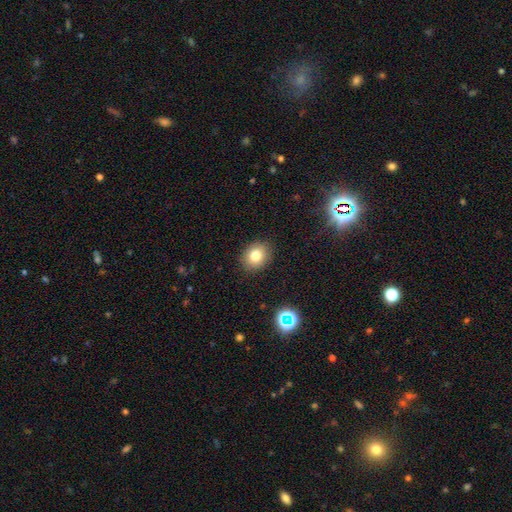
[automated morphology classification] The model was most divided on "how rounded": round: 60%, in between: 39%, cigar-shaped: 1%. More confident: merging — none (89%); smooth or featured — smooth (78%).